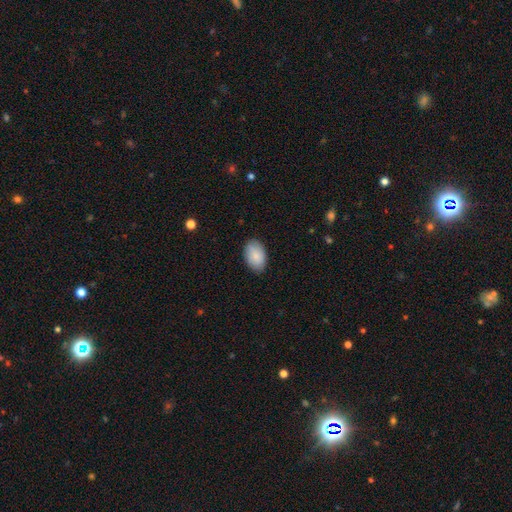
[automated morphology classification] Smooth or featured: smooth — 86% (featured or disk — 8%)
How rounded: in between — 91% (round — 8%)
Merging: none — 85% (minor disturbance — 12%)